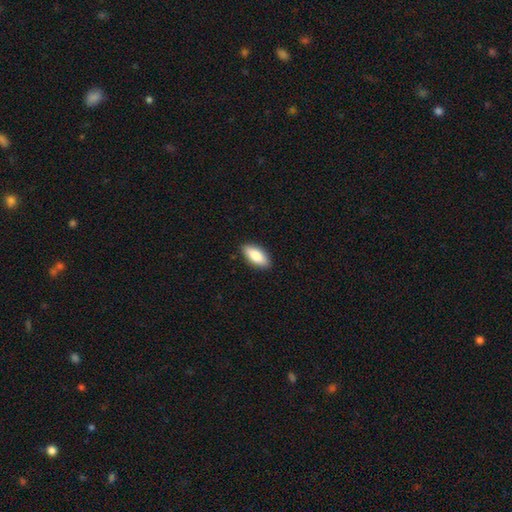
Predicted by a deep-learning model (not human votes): smooth 85%, featured or disk 9%, star or artifact 6%. Down the decision tree: how rounded — in between (86%); merging — none (89%).